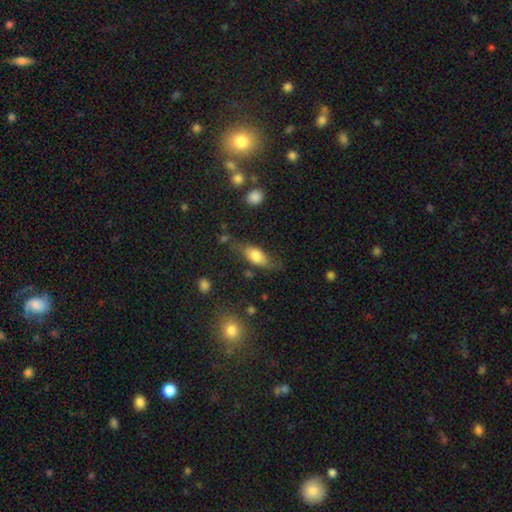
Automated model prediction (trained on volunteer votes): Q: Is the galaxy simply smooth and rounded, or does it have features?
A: smooth — 69%.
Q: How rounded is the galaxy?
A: in between — 78%.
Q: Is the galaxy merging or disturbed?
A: none — 59%.